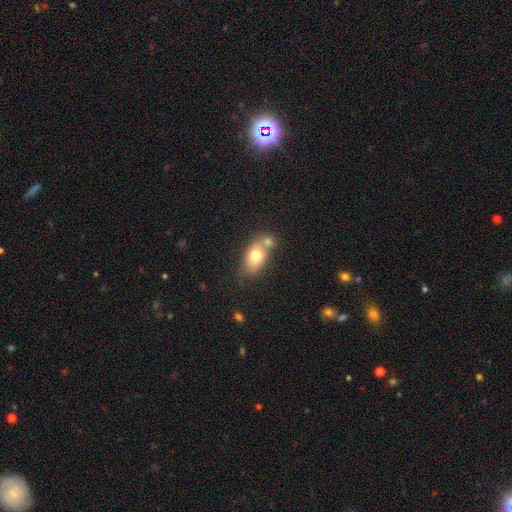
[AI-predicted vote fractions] Smooth or featured?
  - smooth: 74% *
  - featured or disk: 18%
  - star or artifact: 8%
How rounded?
  - in between: 80% *
  - round: 16%
  - cigar-shaped: 4%
Merging?
  - none: 41% * (tied)
  - merger: 41% * (tied)
  - minor disturbance: 14%
  - major disturbance: 5%